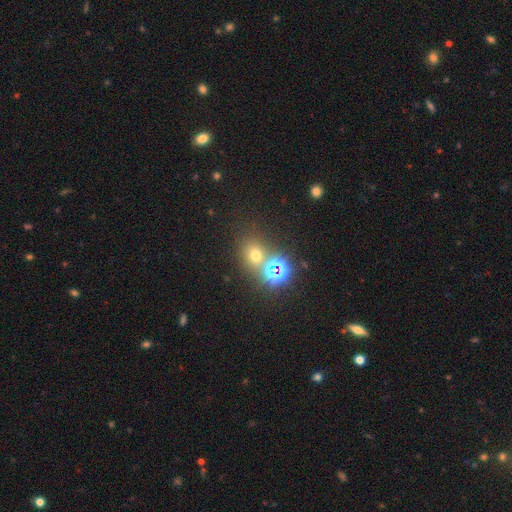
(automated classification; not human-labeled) A smooth galaxy with no disk features (54%) that is round (72%).

Vote fractions:
- Smooth or featured? smooth: 54% / star or artifact: 37% / featured or disk: 9%
- How rounded? round: 72% / in between: 27% / cigar-shaped: 1%
- Merging? none: 68% / merger: 19% / minor disturbance: 9% / major disturbance: 4%